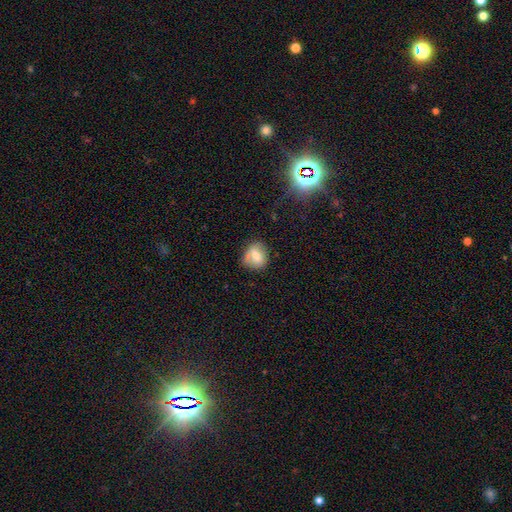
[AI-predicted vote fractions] A smooth galaxy with no disk features (68%) that is round (66%).

Vote fractions:
- Smooth or featured? smooth: 68% / featured or disk: 22% / star or artifact: 9%
- How rounded? round: 66% / in between: 33% / cigar-shaped: 2%
- Merging? none: 66% / minor disturbance: 21% / merger: 8% / major disturbance: 5%